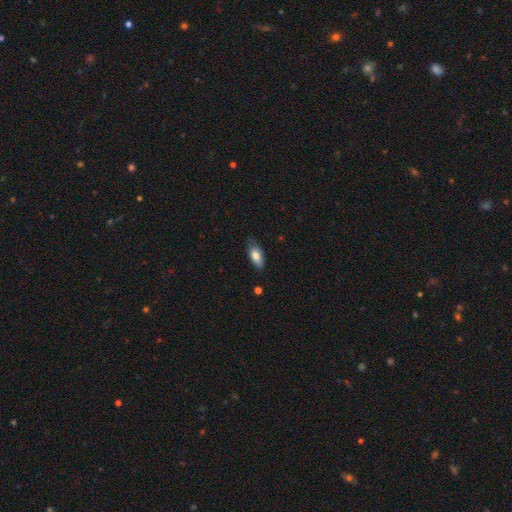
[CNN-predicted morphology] Smooth or featured? Predicted: smooth (p=0.77). How rounded? Predicted: in between (p=0.86). Merging? Predicted: none (p=0.73).